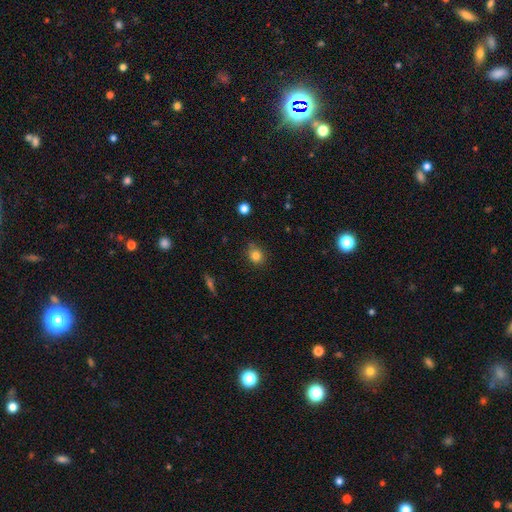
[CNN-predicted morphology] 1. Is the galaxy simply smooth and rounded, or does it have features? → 82% smooth, 12% star or artifact, 6% featured or disk.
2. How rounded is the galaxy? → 75% round, 24% in between, 1% cigar-shaped.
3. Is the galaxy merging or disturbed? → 77% none, 17% minor disturbance, 3% major disturbance, 3% merger.